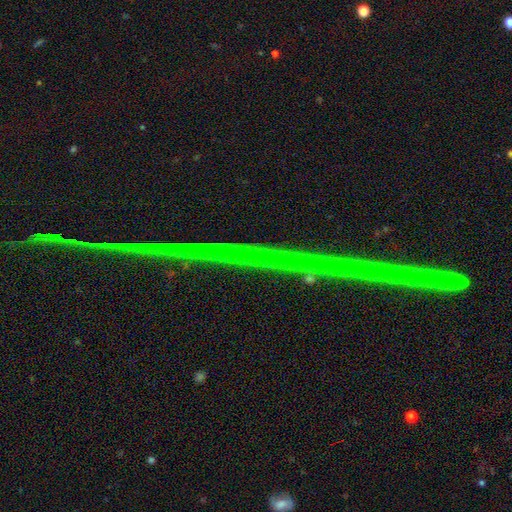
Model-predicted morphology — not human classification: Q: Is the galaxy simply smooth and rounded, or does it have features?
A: star or artifact — 87%.